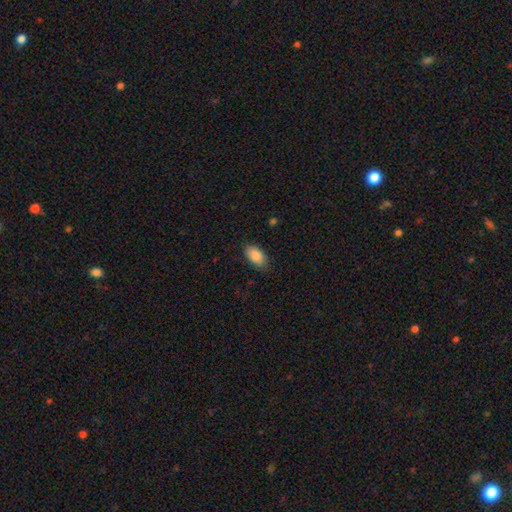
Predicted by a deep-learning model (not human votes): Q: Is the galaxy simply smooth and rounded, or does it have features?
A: smooth — 88%.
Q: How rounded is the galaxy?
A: in between — 93%.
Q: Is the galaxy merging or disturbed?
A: none — 82%.